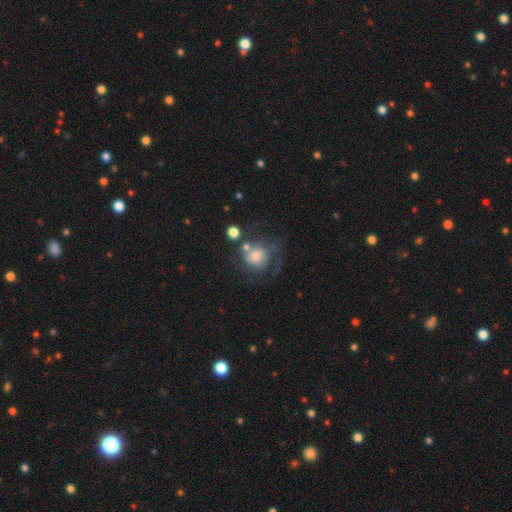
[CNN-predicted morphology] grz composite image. It shows a featured or disk galaxy (53%) with no bar (76%), spiral arms (81%) and a moderate central bulge (40%). Merging: none (47%).